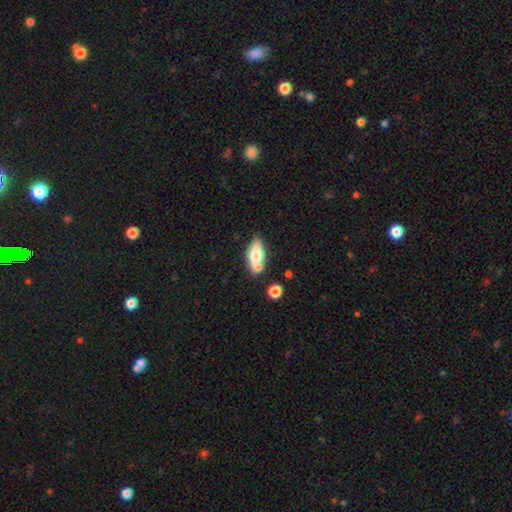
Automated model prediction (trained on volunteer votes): Q: Smooth or featured?
A: smooth (65%); runner-up: featured or disk (28%)
Q: How rounded?
A: in between (75%); runner-up: cigar-shaped (22%)
Q: Merging?
A: none (59%); runner-up: merger (19%)